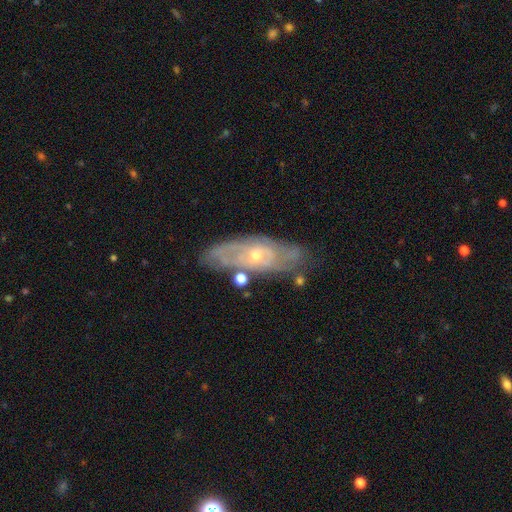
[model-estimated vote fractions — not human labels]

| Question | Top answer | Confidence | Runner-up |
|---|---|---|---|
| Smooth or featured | featured or disk | 79% | smooth (15%) |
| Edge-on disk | no | 83% | yes (17%) |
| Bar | no | 67% | weak (27%) |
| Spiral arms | yes | 83% | no (17%) |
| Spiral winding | tight | 62% | medium (29%) |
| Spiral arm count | can't tell | 52% | 2 (26%) |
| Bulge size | small | 60% | moderate (37%) |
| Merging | none | 71% | minor disturbance (19%) |